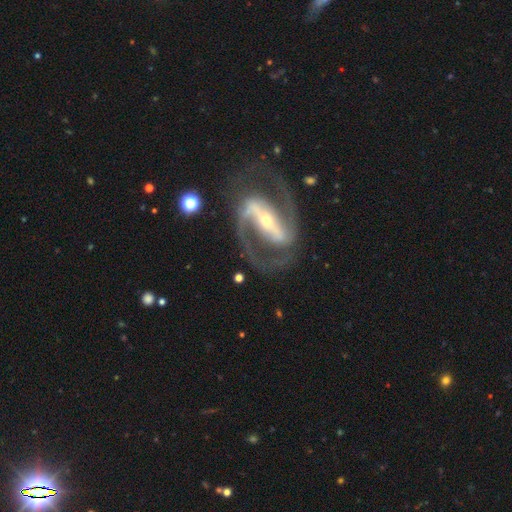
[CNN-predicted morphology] smooth_or_featured: featured or disk (p=0.91) [alt: star or artifact p=0.05]
disk_edge_on: no (p=0.96) [alt: yes p=0.04]
bar: strong (p=0.71) [alt: weak p=0.19]
has_spiral_arms: yes (p=0.96) [alt: no p=0.04]
spiral_winding: medium (p=0.56) [alt: tight p=0.24]
spiral_arm_count: 2 (p=0.93) [alt: can't tell p=0.02]
bulge_size: small (p=0.60) [alt: moderate p=0.34]
merging: none (p=0.77) [alt: minor disturbance p=0.12]